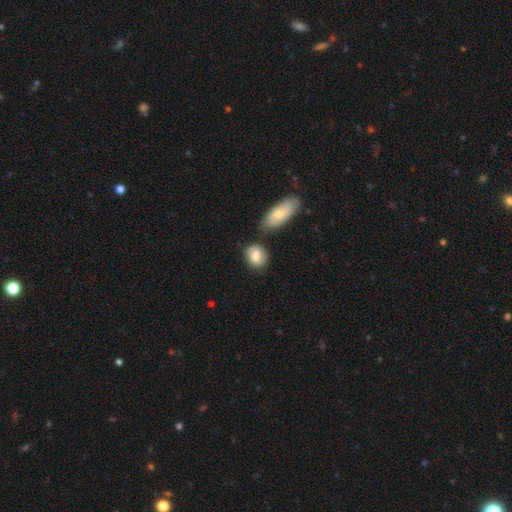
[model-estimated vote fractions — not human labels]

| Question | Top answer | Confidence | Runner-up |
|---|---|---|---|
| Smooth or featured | smooth | 70% | featured or disk (23%) |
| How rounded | in between | 56% | round (42%) |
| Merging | none | 67% | minor disturbance (16%) |